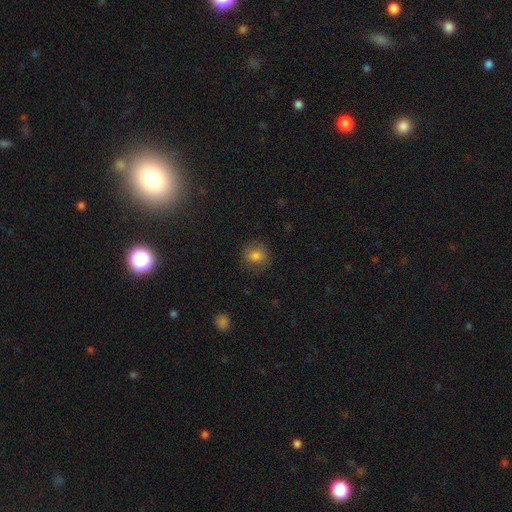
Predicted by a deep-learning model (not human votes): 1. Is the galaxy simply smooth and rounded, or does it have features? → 79% smooth, 11% star or artifact, 10% featured or disk.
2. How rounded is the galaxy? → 81% round, 18% in between, 1% cigar-shaped.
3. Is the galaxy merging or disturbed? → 81% none, 14% minor disturbance, 4% major disturbance, 1% merger.